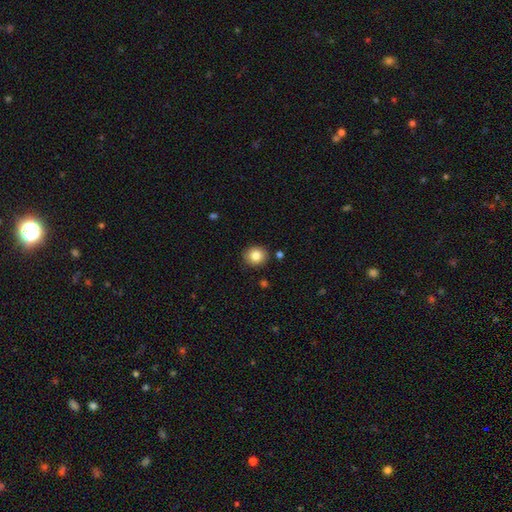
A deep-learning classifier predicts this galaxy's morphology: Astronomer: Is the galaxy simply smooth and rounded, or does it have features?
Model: smooth — 84%.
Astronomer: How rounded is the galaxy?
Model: round — 84%.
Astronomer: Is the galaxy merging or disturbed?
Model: none — 89%.